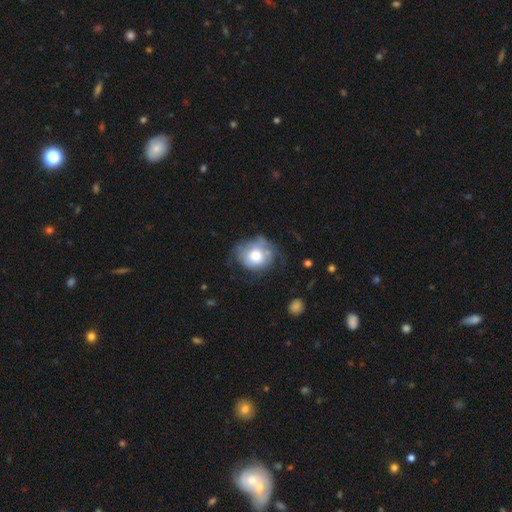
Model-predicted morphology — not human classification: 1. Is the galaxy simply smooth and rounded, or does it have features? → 59% smooth, 32% featured or disk, 9% star or artifact.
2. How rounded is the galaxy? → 73% round, 26% in between, 1% cigar-shaped.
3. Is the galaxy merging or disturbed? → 52% none, 29% minor disturbance, 17% major disturbance, 2% merger.